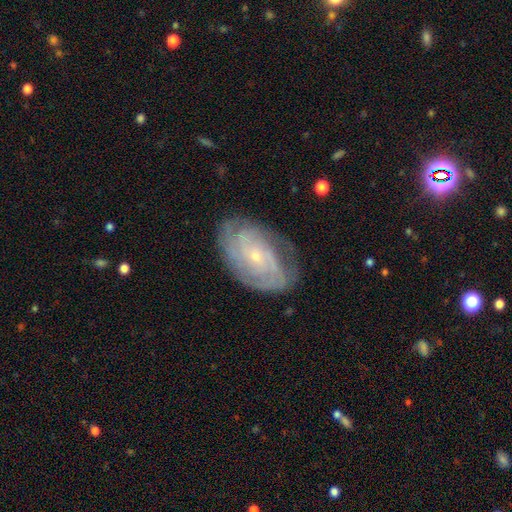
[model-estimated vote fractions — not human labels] This appears to be a featured or disk galaxy (83%) with no bar (72%), tight (67%) spiral arms (95%) and a small central bulge (80%). Merging: none (75%).